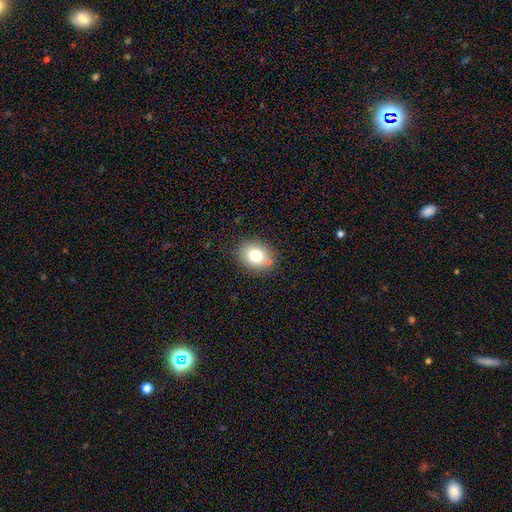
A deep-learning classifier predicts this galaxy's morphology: Smooth or featured: smooth — 76% (featured or disk — 13%)
How rounded: in between — 52% (round — 47%)
Merging: none — 80% (minor disturbance — 12%)